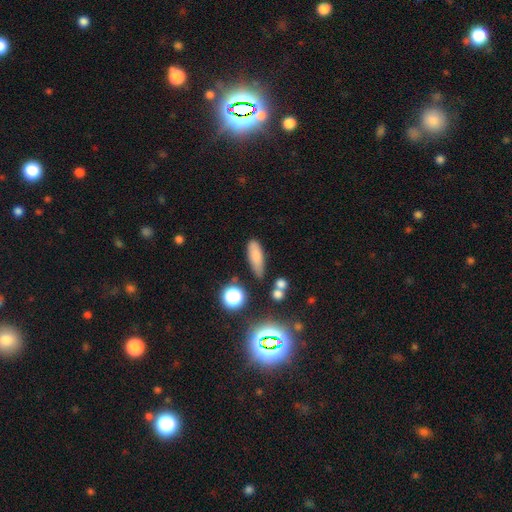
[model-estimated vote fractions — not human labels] This is likely a smooth galaxy (79%). How rounded: possibly in between (54%). Merging: likely none (69%).